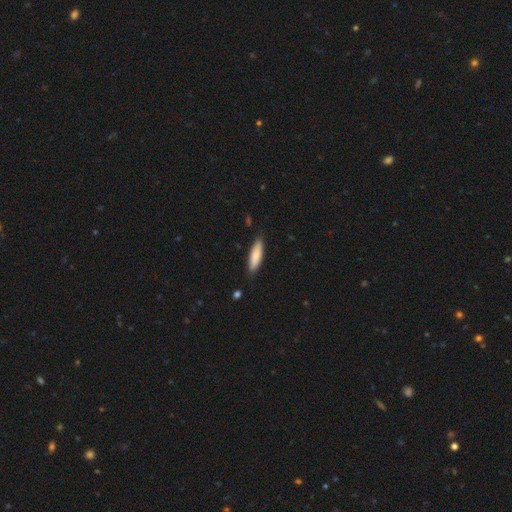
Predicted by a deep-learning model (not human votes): smooth 80%, featured or disk 14%, star or artifact 5%. Down the decision tree: how rounded — cigar-shaped (59%); merging — none (83%).